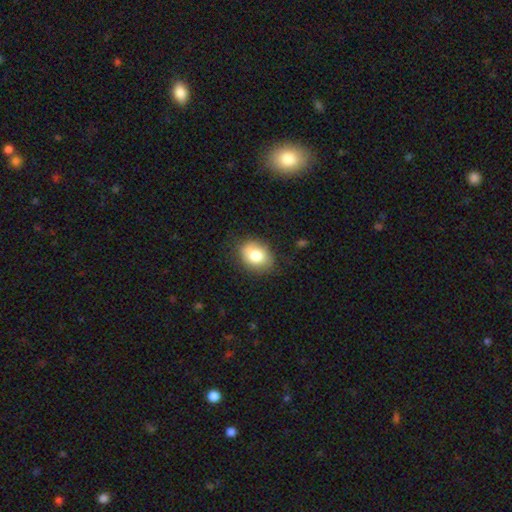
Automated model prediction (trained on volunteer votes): smooth_or_featured: smooth (p=0.80) [alt: featured or disk p=0.12]
how_rounded: in between (p=0.65) [alt: round p=0.34]
merging: none (p=0.75) [alt: minor disturbance p=0.19]